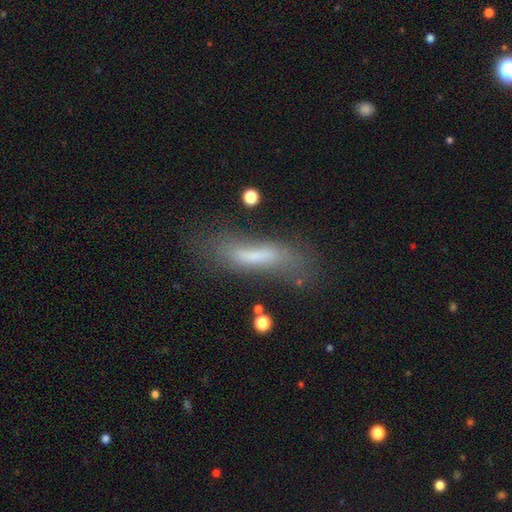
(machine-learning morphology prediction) smooth_or_featured: smooth (p=0.56) [alt: featured or disk p=0.34]
how_rounded: cigar-shaped (p=0.75) [alt: in between p=0.23]
merging: none (p=0.55) [alt: minor disturbance p=0.24]